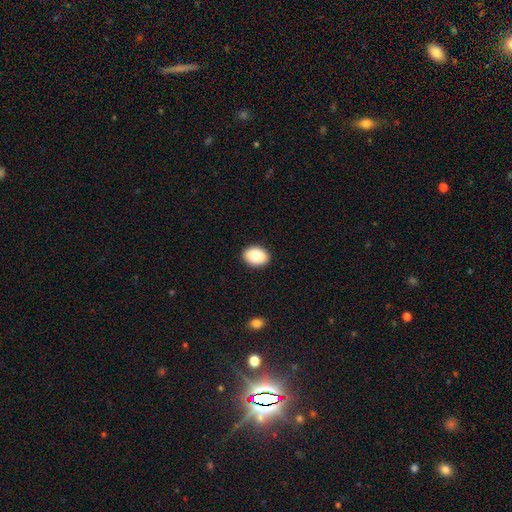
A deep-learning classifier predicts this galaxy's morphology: This appears to be a smooth galaxy with no disk features (88%) that is in between round and cigar-shaped (77%). Merging: none (90%).